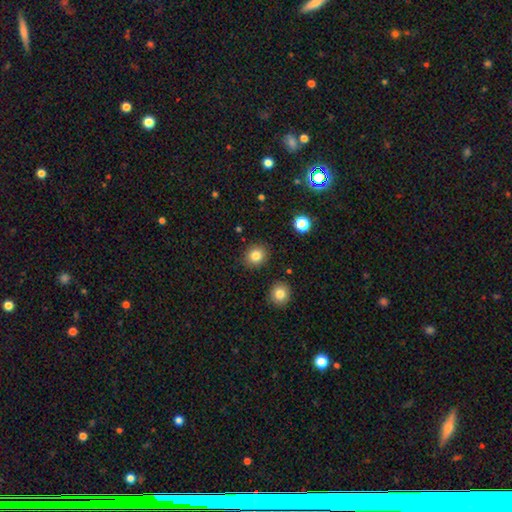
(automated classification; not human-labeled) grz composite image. It shows a smooth galaxy with no disk features (83%) that is round (77%). Merging: none (88%).